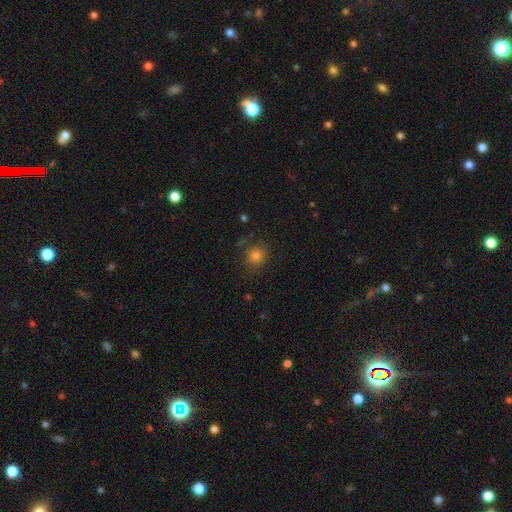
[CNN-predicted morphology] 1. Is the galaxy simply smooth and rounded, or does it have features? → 80% smooth, 14% star or artifact, 6% featured or disk.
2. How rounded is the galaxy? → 85% round, 14% in between, 1% cigar-shaped.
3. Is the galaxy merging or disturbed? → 81% none, 12% minor disturbance, 4% major disturbance, 3% merger.